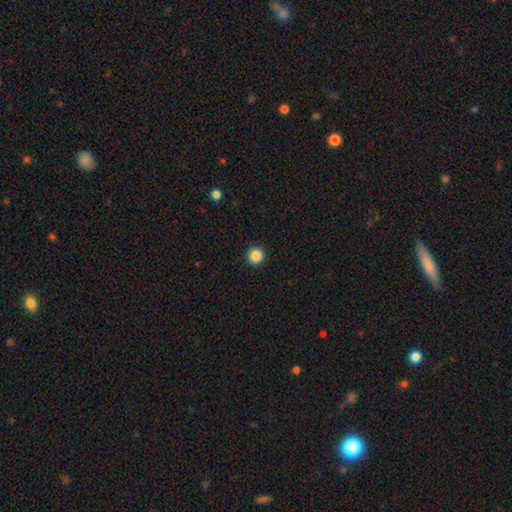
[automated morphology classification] type=smooth (86%); roundness=round (96%); merging=none (93%).